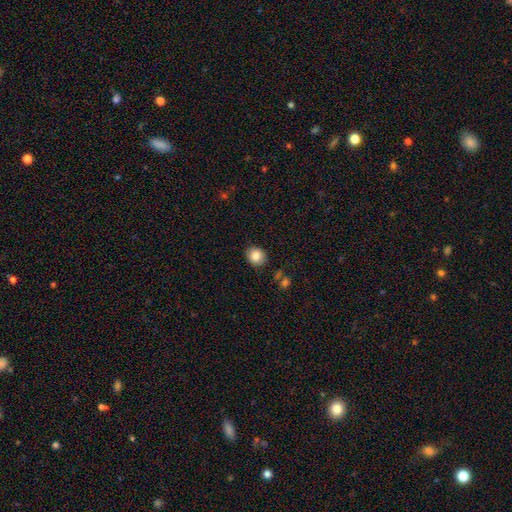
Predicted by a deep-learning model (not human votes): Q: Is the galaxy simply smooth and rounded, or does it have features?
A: smooth — 85%.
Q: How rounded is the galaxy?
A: round — 74%.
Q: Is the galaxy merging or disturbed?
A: none — 87%.